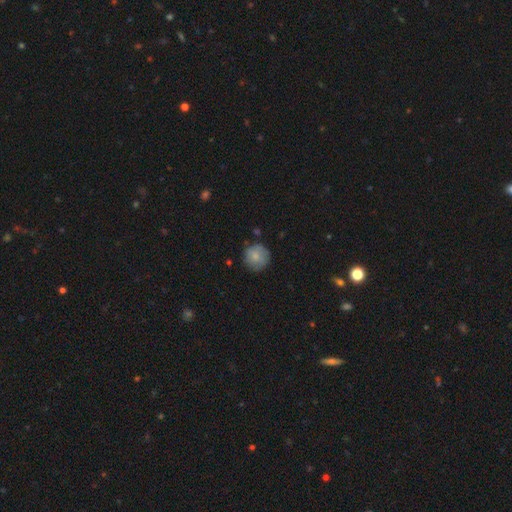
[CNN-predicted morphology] Q: Smooth or featured?
A: smooth (77%); runner-up: featured or disk (16%)
Q: How rounded?
A: round (94%); runner-up: in between (5%)
Q: Merging?
A: none (76%); runner-up: minor disturbance (18%)